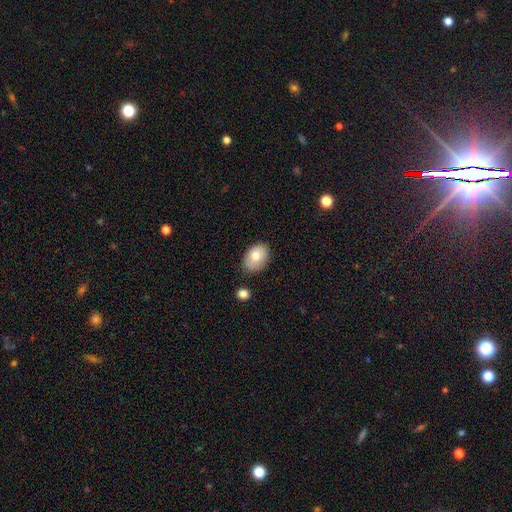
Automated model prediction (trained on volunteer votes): Morphology: type=smooth (80%); roundness=in between (84%); merging=none (79%).